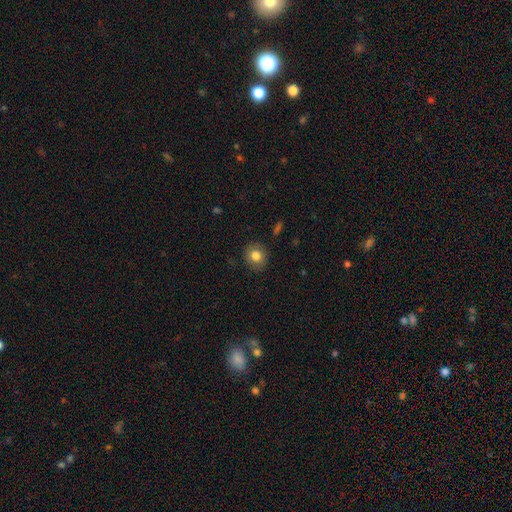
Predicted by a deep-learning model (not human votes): Overall: smooth (81%). How rounded: round (83%). Merging: none (88%).